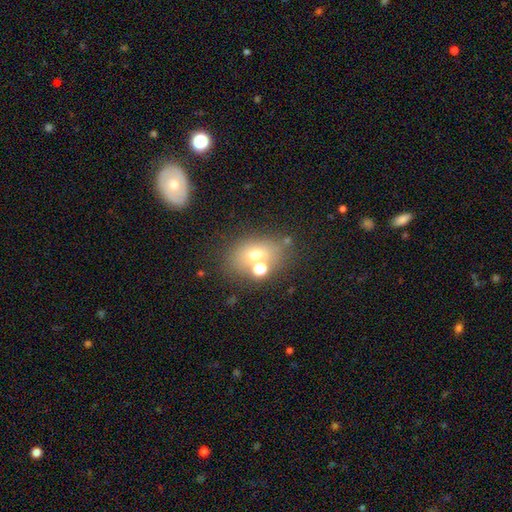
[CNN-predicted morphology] The model was most divided on "how rounded": in between: 63%, round: 35%, cigar-shaped: 1%. More confident: smooth or featured — smooth (62%); merging — none (58%).